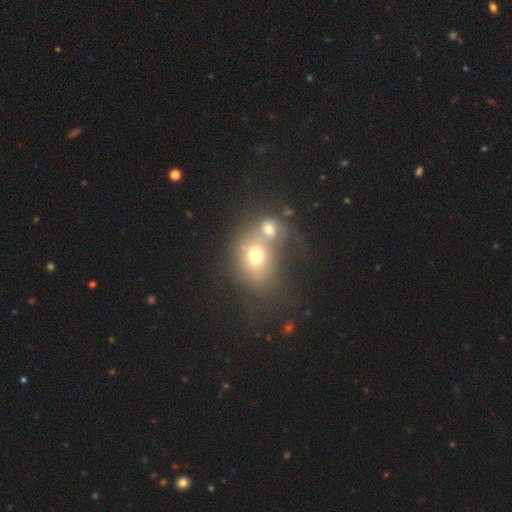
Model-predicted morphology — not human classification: A smooth galaxy with no disk features (64%) that is round (56%). Merging: merger (61%).